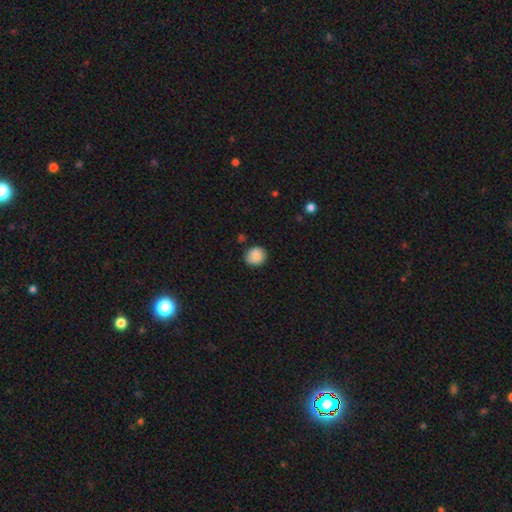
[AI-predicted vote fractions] Smooth or featured? Predicted: smooth (p=0.87). How rounded? Predicted: round (p=0.83). Merging? Predicted: none (p=0.79).